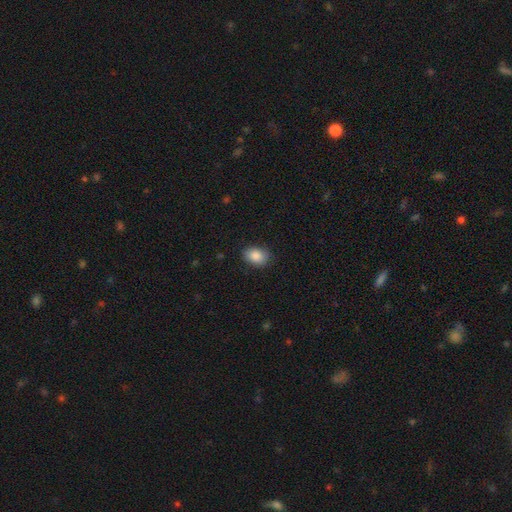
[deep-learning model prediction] smooth-or-featured: smooth: 87% | star or artifact: 8% | featured or disk: 5%
  how-rounded: in between: 76% | round: 23% | cigar-shaped: 1%
  merging: none: 83% | minor disturbance: 13% | major disturbance: 3% | merger: 1%